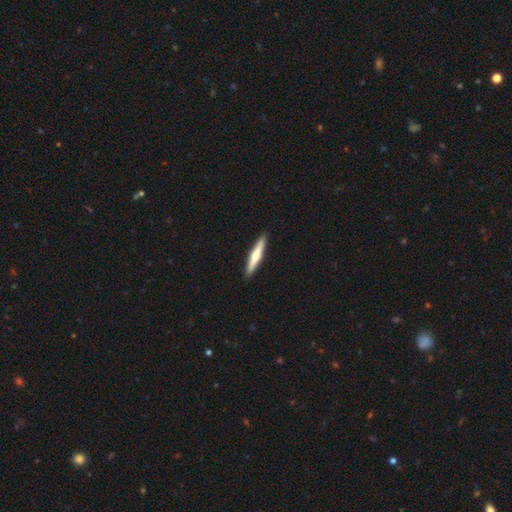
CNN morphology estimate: This is possibly a featured or disk galaxy (51%). It is clearly viewed edge-on (97%). Merging: clearly none (92%).